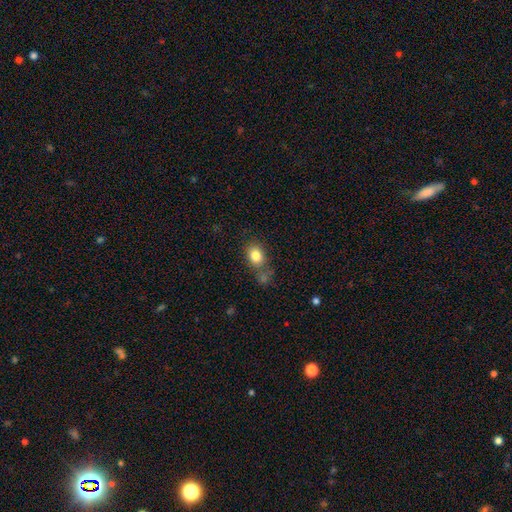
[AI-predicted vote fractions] Morphology: type=smooth (83%); roundness=in between (56%); merging=none (61%).